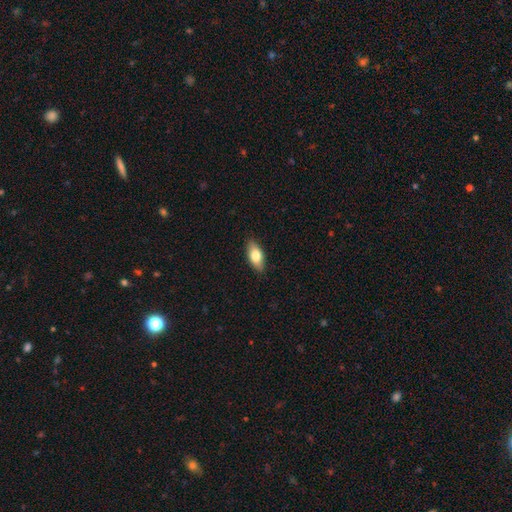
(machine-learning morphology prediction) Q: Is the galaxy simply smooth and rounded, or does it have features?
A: smooth — 77%.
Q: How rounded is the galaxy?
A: in between — 86%.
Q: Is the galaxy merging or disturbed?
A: none — 88%.